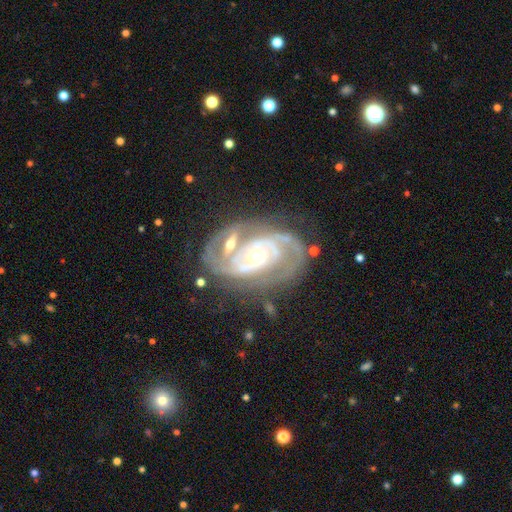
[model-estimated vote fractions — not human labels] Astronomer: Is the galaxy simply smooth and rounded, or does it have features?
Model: featured or disk — 90%.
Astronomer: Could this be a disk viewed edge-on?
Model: no — 97%.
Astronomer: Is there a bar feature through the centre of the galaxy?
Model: no — 62%.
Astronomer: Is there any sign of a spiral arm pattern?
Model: yes — 97%.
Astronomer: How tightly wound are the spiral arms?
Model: tight — 59% (runner-up: medium, 34%).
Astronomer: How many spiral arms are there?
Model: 2 — 60%.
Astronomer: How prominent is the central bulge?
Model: moderate — 49% (runner-up: small, 46%).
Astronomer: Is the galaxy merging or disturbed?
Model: none — 52%.